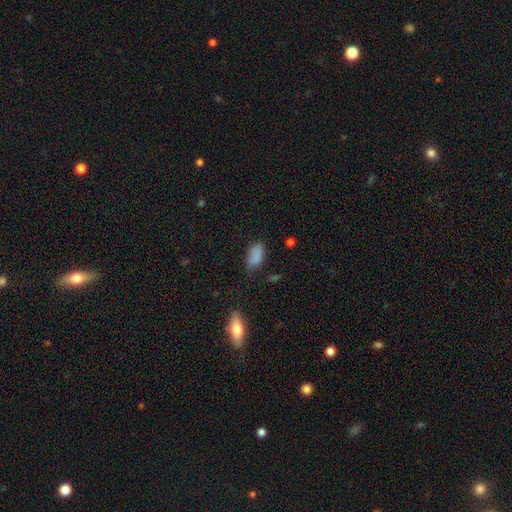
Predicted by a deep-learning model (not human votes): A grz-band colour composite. It shows a smooth galaxy with no disk features (84%) that is in between round and cigar-shaped (92%). Merging: none (62%).